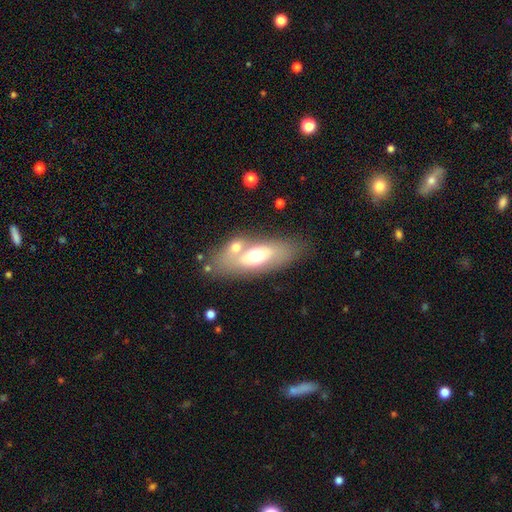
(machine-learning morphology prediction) Q: Smooth or featured?
A: smooth (54%); runner-up: featured or disk (38%)
Q: How rounded?
A: in between (78%); runner-up: cigar-shaped (18%)
Q: Merging?
A: none (61%); runner-up: merger (21%)